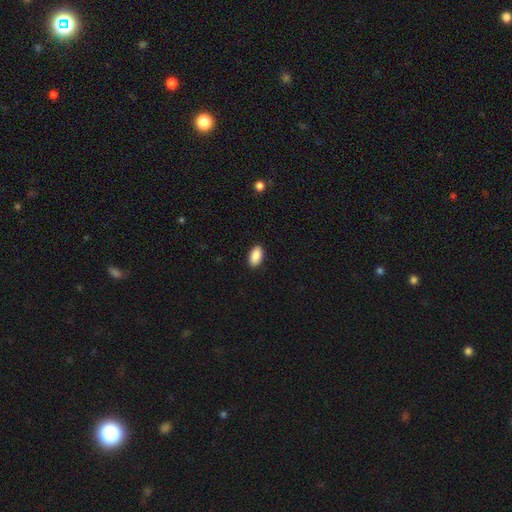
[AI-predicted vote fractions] A smooth galaxy with no disk features (90%) that is in between round and cigar-shaped (94%). Merging: none (89%).